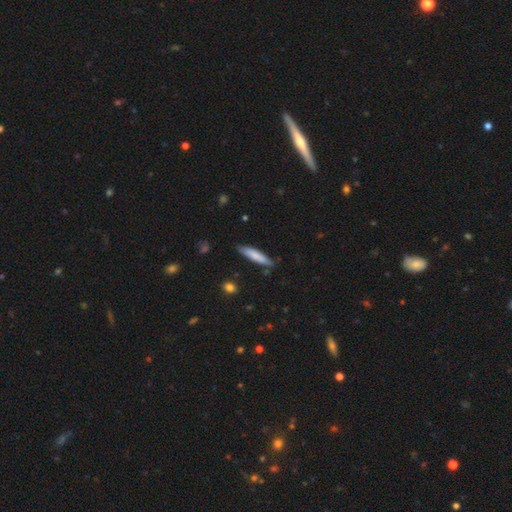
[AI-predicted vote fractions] Smooth or featured? smooth (78%)
How rounded? cigar-shaped (85%)
Merging? none (82%)